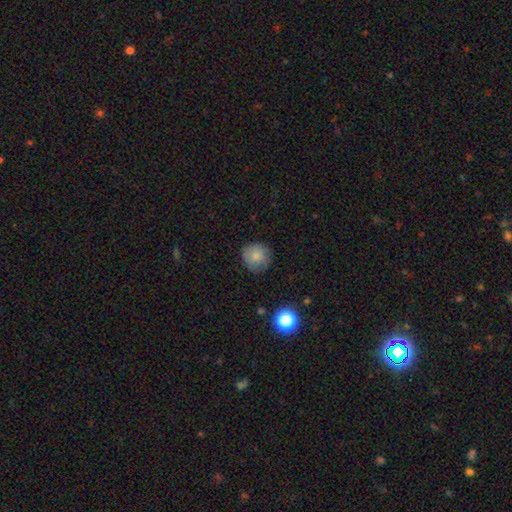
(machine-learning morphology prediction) This is likely a smooth galaxy (78%). How rounded: clearly round (91%). Merging: likely none (79%).